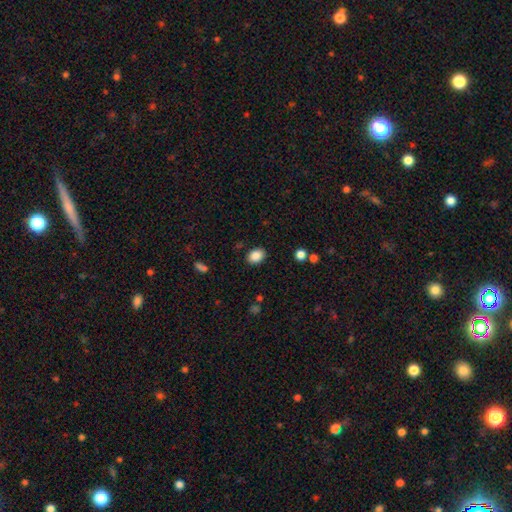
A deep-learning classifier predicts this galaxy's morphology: smooth 87%, star or artifact 9%, featured or disk 5%. Down the decision tree: how rounded — in between (69%); merging — none (87%).